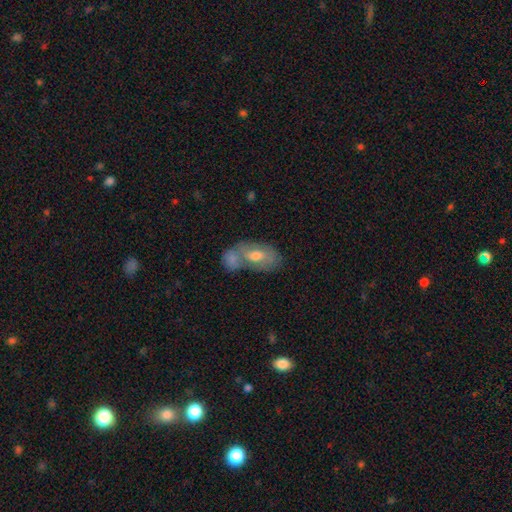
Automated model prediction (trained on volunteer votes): Overall: smooth (52%; featured or disk 40%). How rounded: in between (88%). Merging: merger (52%; none 31%).